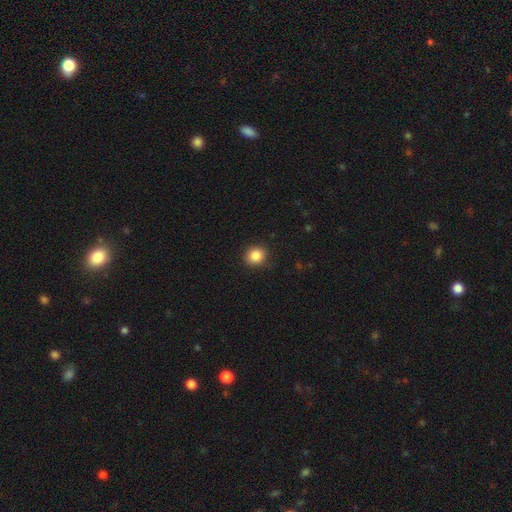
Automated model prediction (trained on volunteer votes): Smooth or featured? smooth (86%)
How rounded? round (86%)
Merging? none (89%)